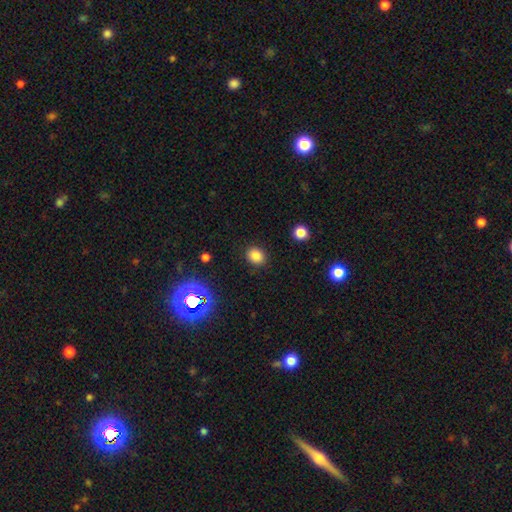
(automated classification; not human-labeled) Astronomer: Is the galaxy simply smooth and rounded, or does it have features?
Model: smooth — 83%.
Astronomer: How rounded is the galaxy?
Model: round — 57% (runner-up: in between, 42%).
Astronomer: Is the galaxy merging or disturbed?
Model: none — 88%.